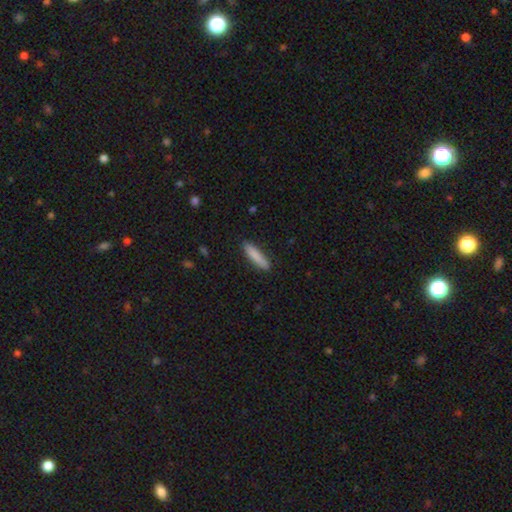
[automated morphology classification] The model was most divided on "how rounded": cigar-shaped: 82%, in between: 16%, round: 1%. More confident: merging — none (86%); smooth or featured — smooth (85%).